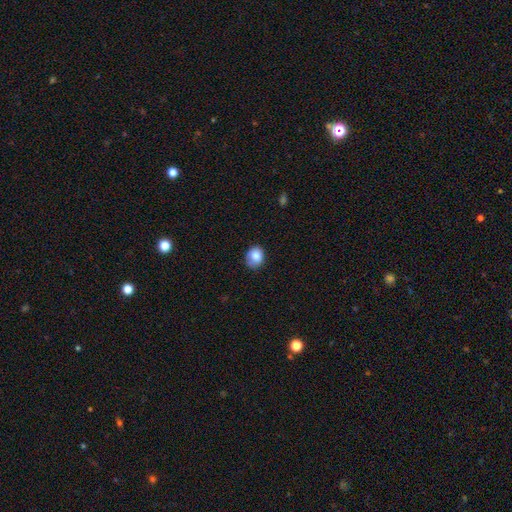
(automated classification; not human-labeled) Smooth or featured: smooth — 81% (featured or disk — 10%)
How rounded: round — 53% (in between — 46%)
Merging: none — 67% (minor disturbance — 26%)